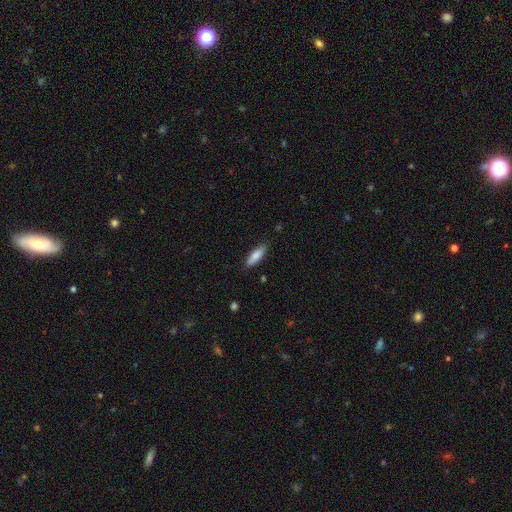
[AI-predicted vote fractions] smooth-or-featured: smooth: 82% | featured or disk: 12% | star or artifact: 6%
  how-rounded: cigar-shaped: 53% | in between: 45% | round: 2%
  merging: none: 85% | minor disturbance: 12% | major disturbance: 2% | merger: 1%